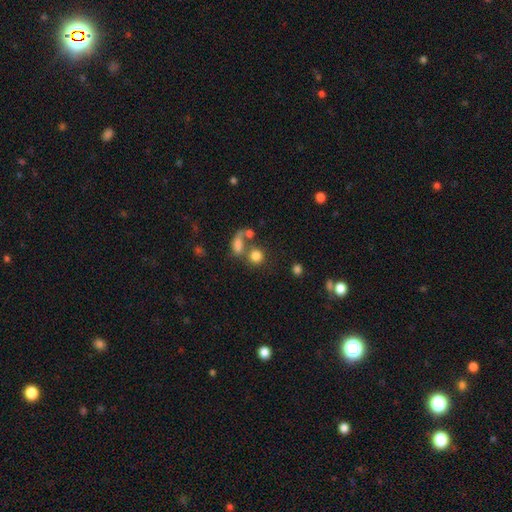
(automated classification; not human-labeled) smooth 79%, star or artifact 13%, featured or disk 9%. Down the decision tree: how rounded — round (82%); merging — none (54%).